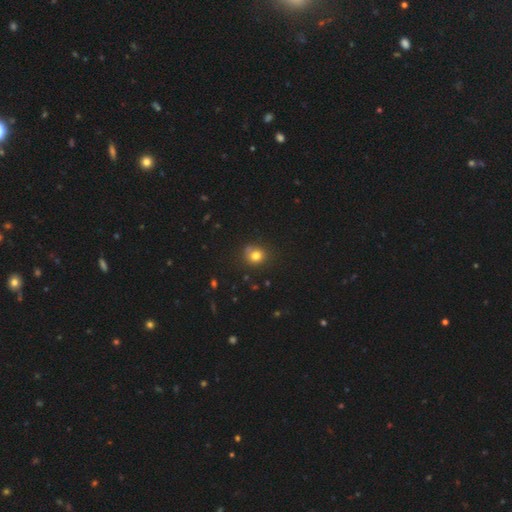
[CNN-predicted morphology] A smooth galaxy with no disk features (79%) that is round (80%).

Vote fractions:
- Smooth or featured? smooth: 79% / star or artifact: 13% / featured or disk: 8%
- How rounded? round: 80% / in between: 19% / cigar-shaped: 1%
- Merging? none: 75% / minor disturbance: 18% / major disturbance: 5% / merger: 2%